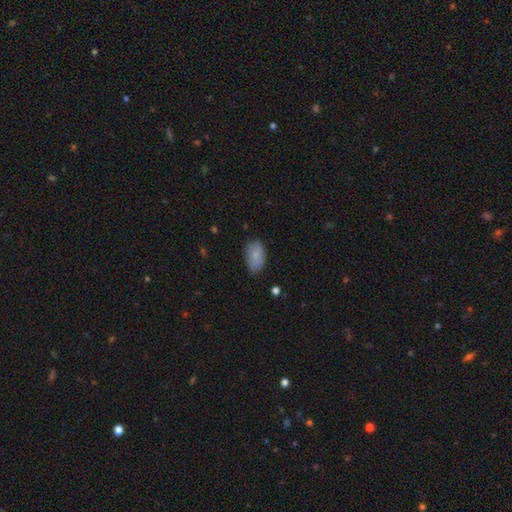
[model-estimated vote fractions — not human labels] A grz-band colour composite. It shows a smooth galaxy with no disk features (86%) that is in between round and cigar-shaped (92%). Merging: none (79%).